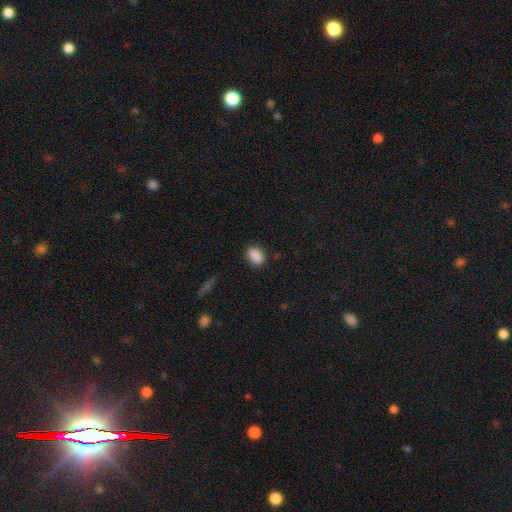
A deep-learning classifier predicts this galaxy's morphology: Smooth or featured? smooth (89%)
How rounded? in between (73%)
Merging? none (85%)